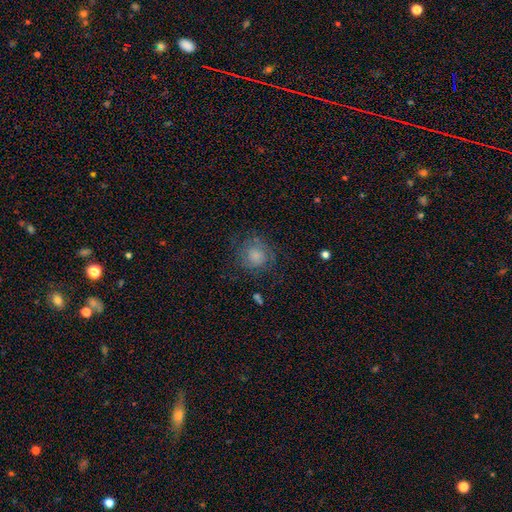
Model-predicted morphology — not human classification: The model was most divided on "smooth or featured": smooth: 59%, featured or disk: 30%, star or artifact: 11%. More confident: how rounded — round (85%); merging — none (67%).